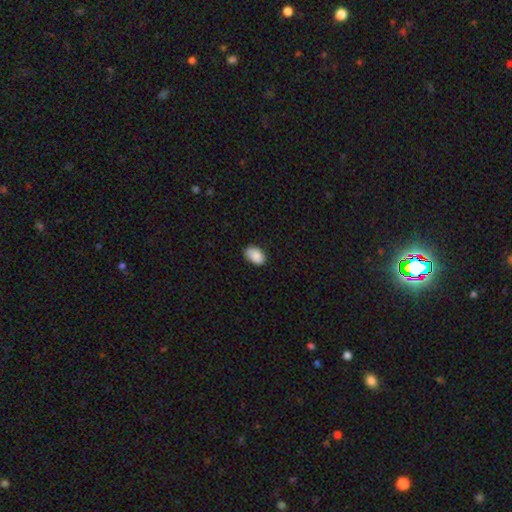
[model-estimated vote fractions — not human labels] Smooth or featured? Predicted: smooth (p=0.88). How rounded? Predicted: in between (p=0.85). Merging? Predicted: none (p=0.74).